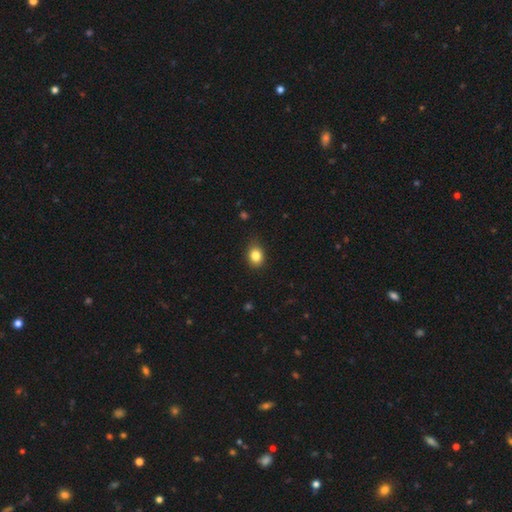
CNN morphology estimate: smooth 83%, star or artifact 10%, featured or disk 6%. Down the decision tree: how rounded — in between (55%); merging — none (80%).